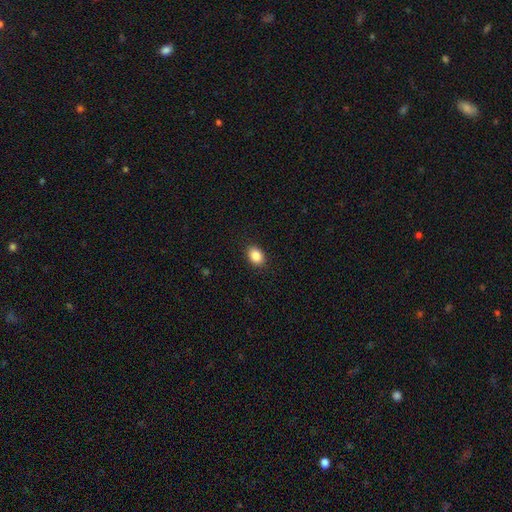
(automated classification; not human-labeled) Smooth or featured? Predicted: smooth (p=0.88). How rounded? Predicted: in between (p=0.76). Merging? Predicted: none (p=0.90).